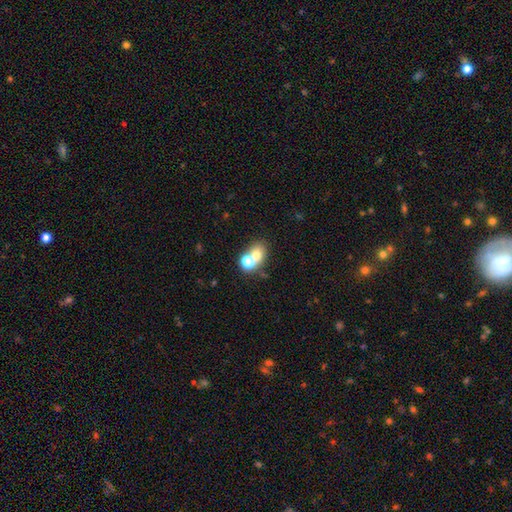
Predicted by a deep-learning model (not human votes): smooth 68%, featured or disk 18%, star or artifact 14%. Down the decision tree: how rounded — round (52%); merging — merger (53%).